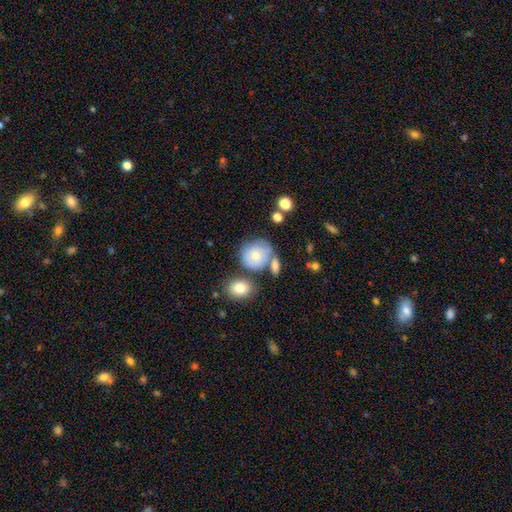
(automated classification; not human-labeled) A smooth galaxy with no disk features (66%) that is round (78%). Merging: none (51%).